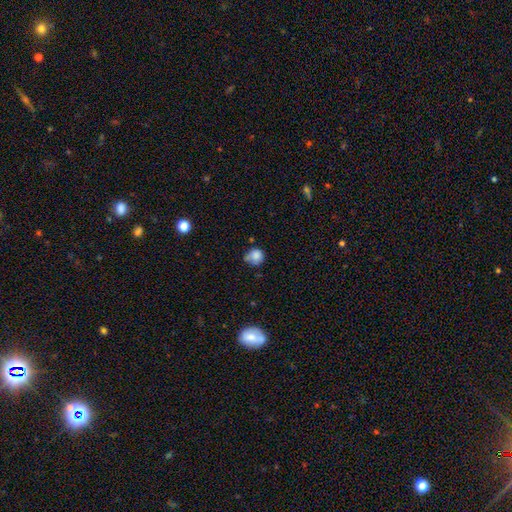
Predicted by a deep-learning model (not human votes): smooth 82%, star or artifact 10%, featured or disk 8%. Down the decision tree: how rounded — round (82%); merging — none (48%).